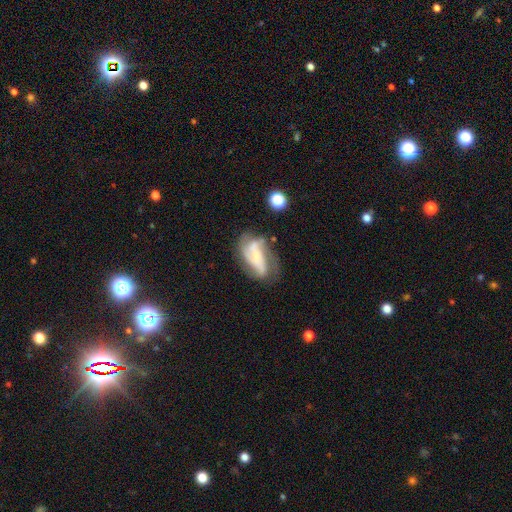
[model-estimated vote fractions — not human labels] featured or disk 70%, smooth 22%, star or artifact 8%. Down the decision tree: edge-on disk — no (93%); bar — no (50%); spiral arms — yes (84%); spiral arm count — 2 (38%); spiral winding — medium (42%); bulge size — small (58%); merging — none (49%).